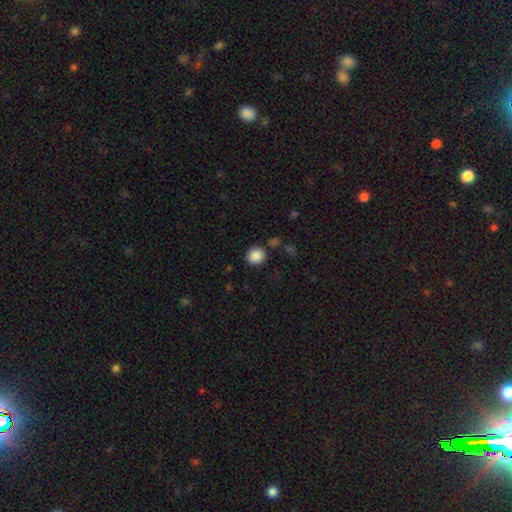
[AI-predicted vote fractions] This is clearly a smooth galaxy (87%). How rounded: clearly round (87%). Merging: clearly none (86%).